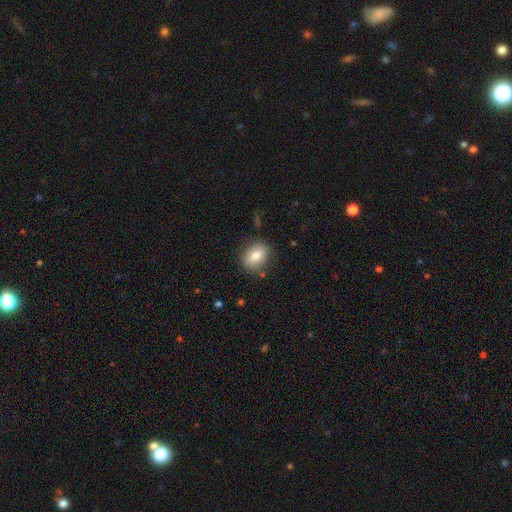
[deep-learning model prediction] This is likely a smooth galaxy (78%). How rounded: possibly in between (60%). Merging: clearly none (84%).